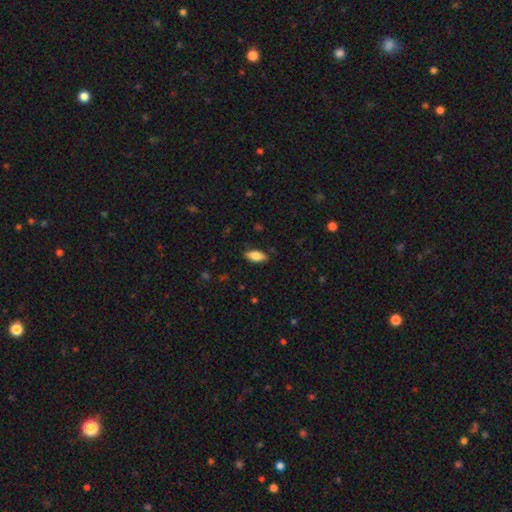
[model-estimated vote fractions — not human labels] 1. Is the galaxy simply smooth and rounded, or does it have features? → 79% smooth, 14% featured or disk, 7% star or artifact.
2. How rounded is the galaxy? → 84% in between, 14% cigar-shaped, 3% round.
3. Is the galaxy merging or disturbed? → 85% none, 11% minor disturbance, 2% major disturbance, 1% merger.